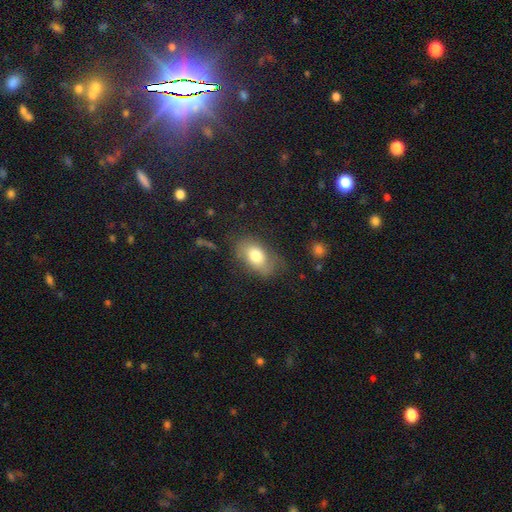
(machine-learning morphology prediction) Smooth or featured?
  - smooth: 71% *
  - featured or disk: 21%
  - star or artifact: 8%
How rounded?
  - in between: 89% *
  - round: 9%
  - cigar-shaped: 2%
Merging?
  - none: 63% *
  - minor disturbance: 24%
  - major disturbance: 11%
  - merger: 2%